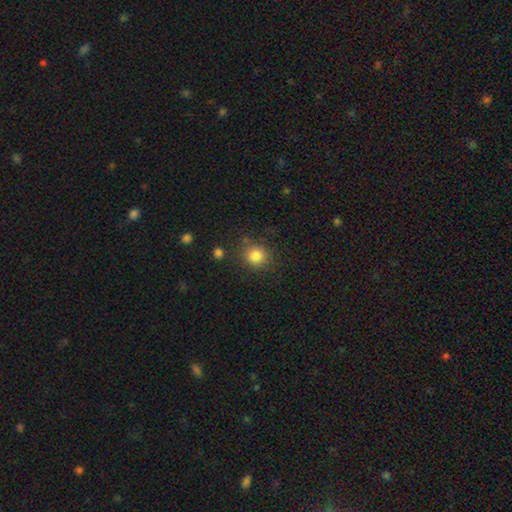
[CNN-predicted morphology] smooth_or_featured: smooth (p=0.83) [alt: star or artifact p=0.12]
how_rounded: round (p=0.87) [alt: in between p=0.12]
merging: none (p=0.83) [alt: minor disturbance p=0.10]